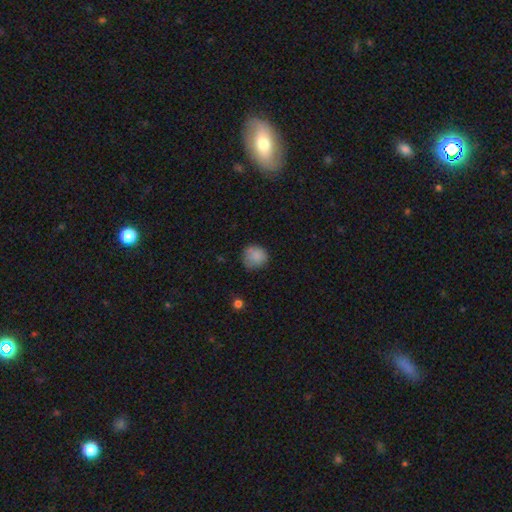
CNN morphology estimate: Q: Smooth or featured?
A: smooth (84%); runner-up: star or artifact (9%)
Q: How rounded?
A: round (88%); runner-up: in between (11%)
Q: Merging?
A: none (71%); runner-up: minor disturbance (22%)